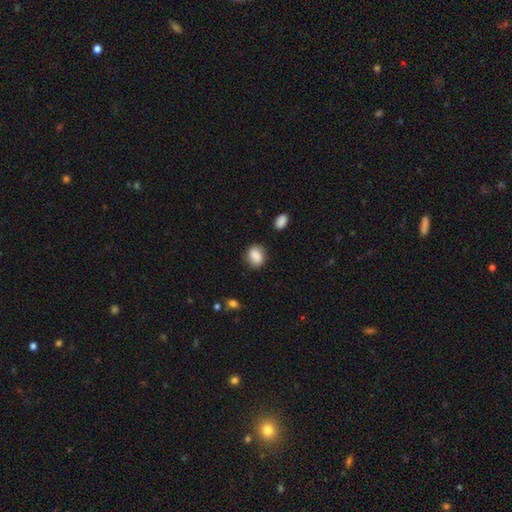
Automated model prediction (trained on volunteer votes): This is clearly a smooth galaxy (86%). How rounded: possibly in between (53%). Merging: likely none (75%).